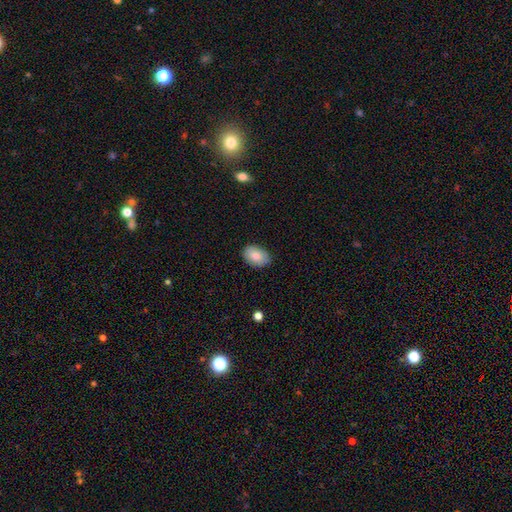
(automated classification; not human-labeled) smooth-or-featured: smooth: 83% | featured or disk: 10% | star or artifact: 7%
  how-rounded: in between: 86% | round: 13% | cigar-shaped: 1%
  merging: none: 86% | minor disturbance: 11% | major disturbance: 2% | merger: 1%